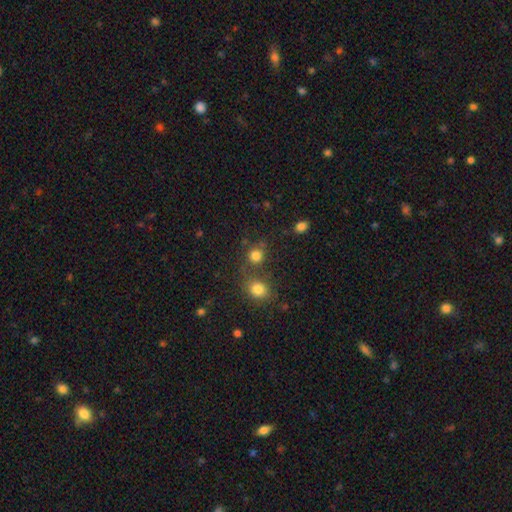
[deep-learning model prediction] The model was most divided on "merging": none: 64%, merger: 23%, minor disturbance: 9%, major disturbance: 4%. More confident: how rounded — round (86%); smooth or featured — smooth (80%).